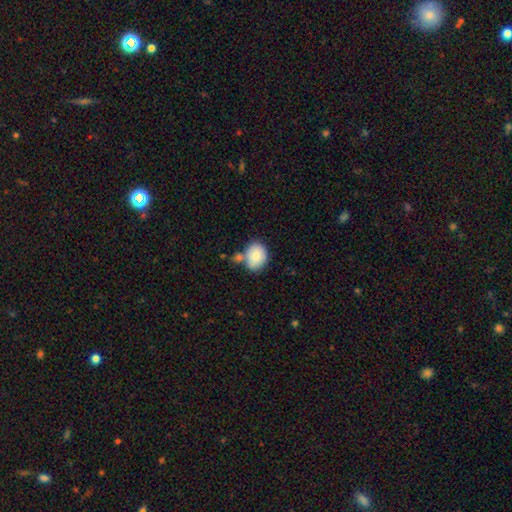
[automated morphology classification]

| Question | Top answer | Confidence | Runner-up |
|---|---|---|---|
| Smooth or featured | smooth | 81% | featured or disk (12%) |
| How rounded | in between | 55% | round (44%) |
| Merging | none | 52% | merger (24%) |